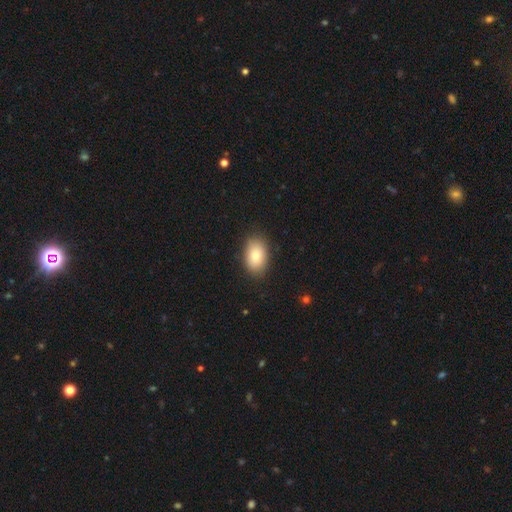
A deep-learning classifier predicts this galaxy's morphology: smooth 83%, featured or disk 10%, star or artifact 8%. Down the decision tree: how rounded — in between (87%); merging — none (86%).